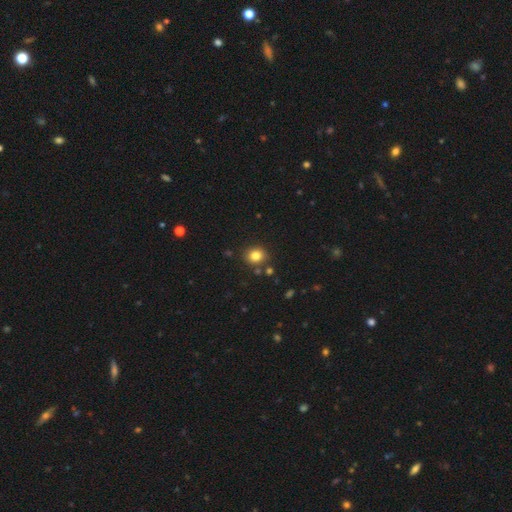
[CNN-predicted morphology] smooth 82%, star or artifact 12%, featured or disk 7%. Down the decision tree: how rounded — round (69%); merging — none (83%).